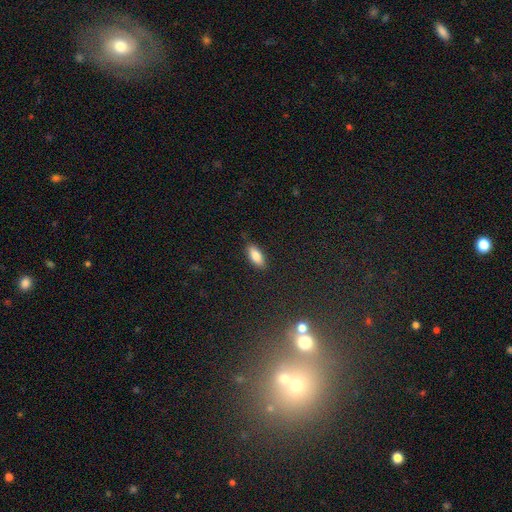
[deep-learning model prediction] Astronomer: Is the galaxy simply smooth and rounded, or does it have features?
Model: smooth — 82%.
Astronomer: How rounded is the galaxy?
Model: in between — 78%.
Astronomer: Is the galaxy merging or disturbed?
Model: none — 87%.